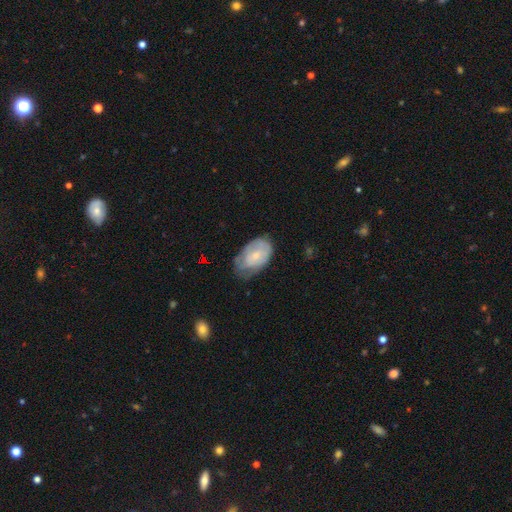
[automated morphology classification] This appears to be a smooth galaxy with no disk features (50%) that is in between round and cigar-shaped (90%). Merging: none (52%).